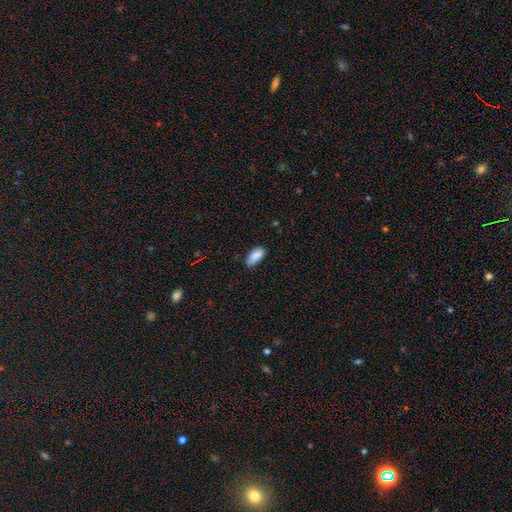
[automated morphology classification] This appears to be a smooth galaxy with no disk features (88%) that is in between round and cigar-shaped (89%). Merging: none (72%).